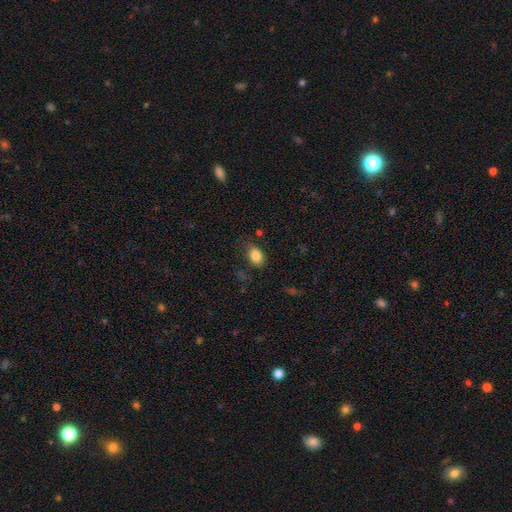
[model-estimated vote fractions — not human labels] Smooth or featured: smooth — 85% (star or artifact — 9%)
How rounded: in between — 85% (round — 13%)
Merging: none — 77% (minor disturbance — 17%)